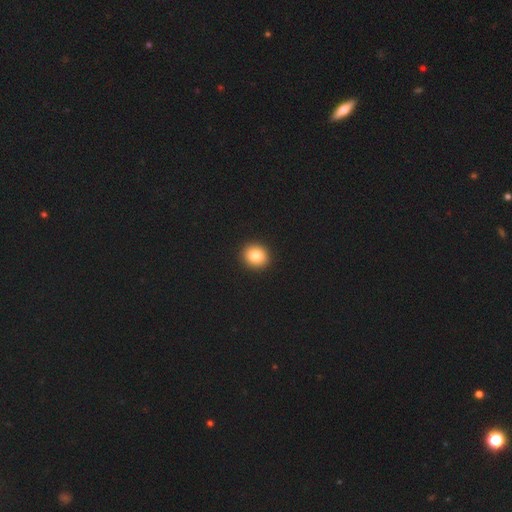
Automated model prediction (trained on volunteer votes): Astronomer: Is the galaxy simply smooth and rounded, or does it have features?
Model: smooth — 83%.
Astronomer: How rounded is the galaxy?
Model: round — 84%.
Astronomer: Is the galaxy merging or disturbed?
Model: none — 94%.